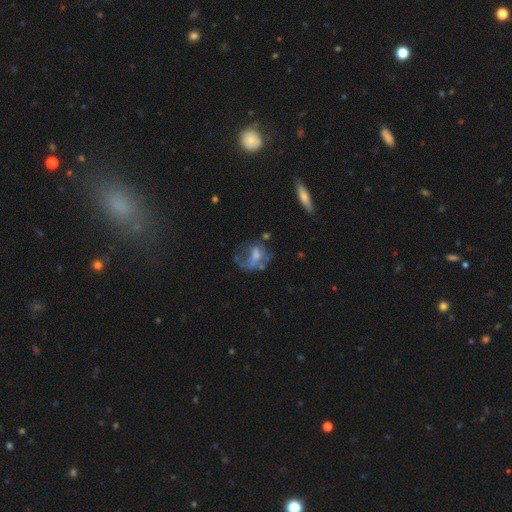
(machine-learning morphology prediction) Q: Smooth or featured?
A: featured or disk (54%); runner-up: smooth (35%)
Q: Edge-on disk?
A: no (96%); runner-up: yes (4%)
Q: Bar?
A: no (57%); runner-up: weak (33%)
Q: Spiral arms?
A: no (62%); runner-up: yes (38%)
Q: Bulge size?
A: moderate (36%); runner-up: none (27%)
Q: Merging?
A: major disturbance (45%); runner-up: none (29%)